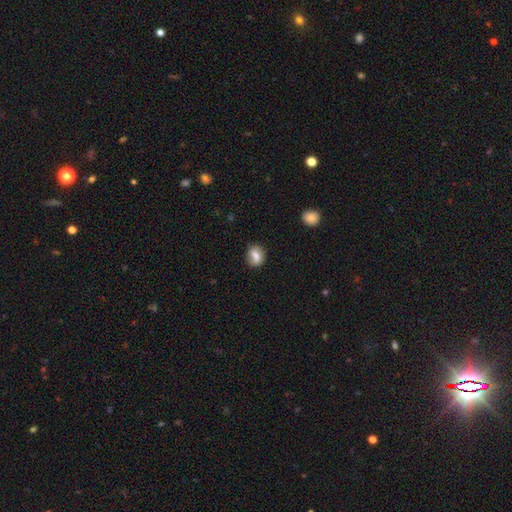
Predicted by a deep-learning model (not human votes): Smooth or featured? smooth (73%)
How rounded? round (54%)
Merging? none (73%)